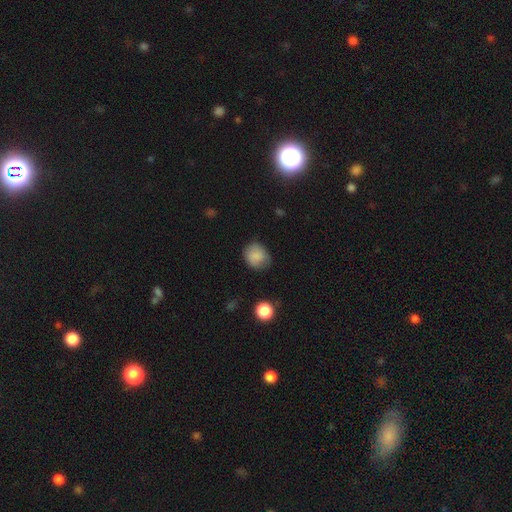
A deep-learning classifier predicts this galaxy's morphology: smooth-or-featured: smooth: 85% | star or artifact: 9% | featured or disk: 7%
  how-rounded: round: 67% | in between: 33% | cigar-shaped: 1%
  merging: none: 73% | minor disturbance: 21% | major disturbance: 5% | merger: 1%